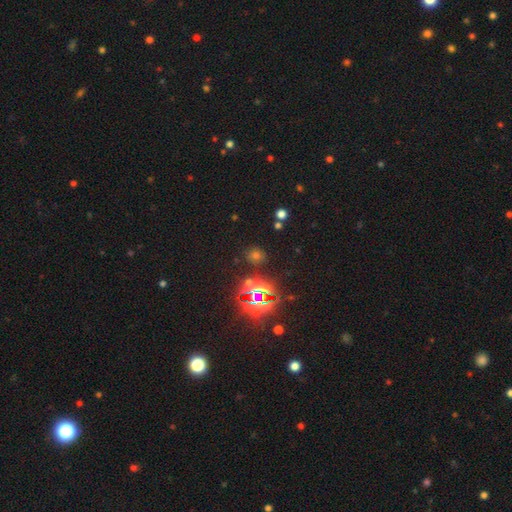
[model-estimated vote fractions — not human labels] Smooth or featured? smooth (47%)
Merging? none (84%)